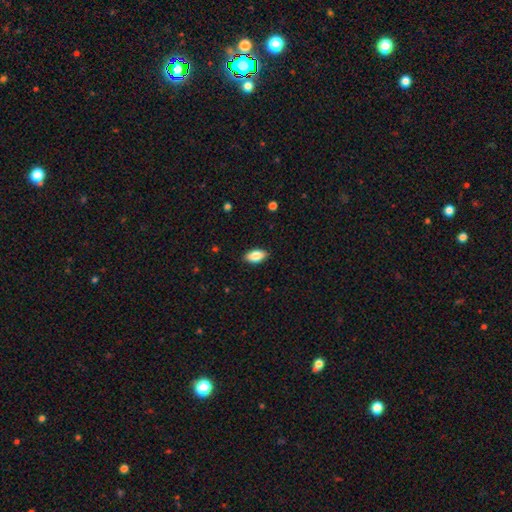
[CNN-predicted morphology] smooth-or-featured: smooth: 83% | featured or disk: 10% | star or artifact: 7%
  how-rounded: in between: 91% | cigar-shaped: 5% | round: 4%
  merging: none: 88% | minor disturbance: 9% | major disturbance: 2% | merger: 1%